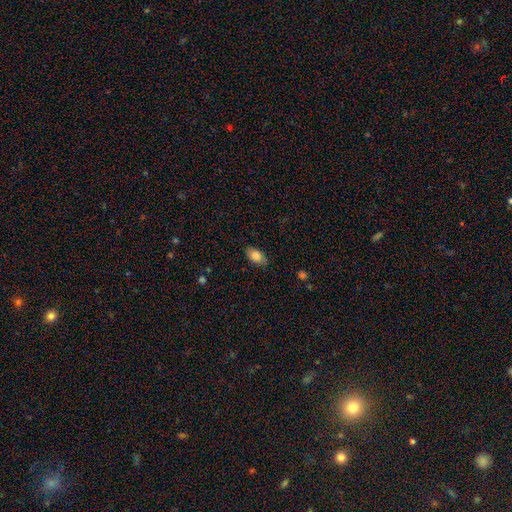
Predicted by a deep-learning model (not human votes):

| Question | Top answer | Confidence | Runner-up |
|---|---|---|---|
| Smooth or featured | smooth | 82% | featured or disk (11%) |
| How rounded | in between | 92% | round (6%) |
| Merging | none | 82% | minor disturbance (14%) |